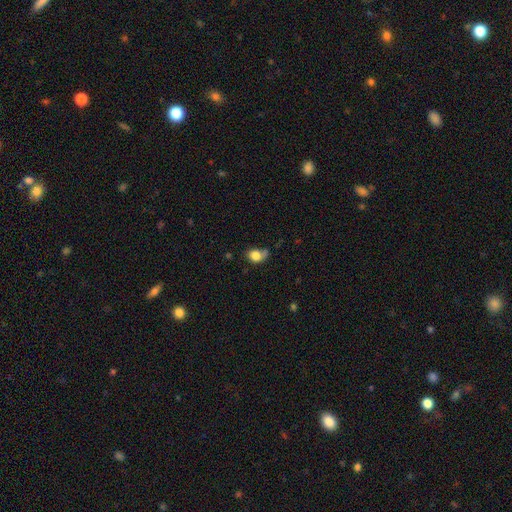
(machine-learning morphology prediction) Smooth or featured? Predicted: smooth (p=0.81). How rounded? Predicted: in between (p=0.50). Merging? Predicted: none (p=0.44).